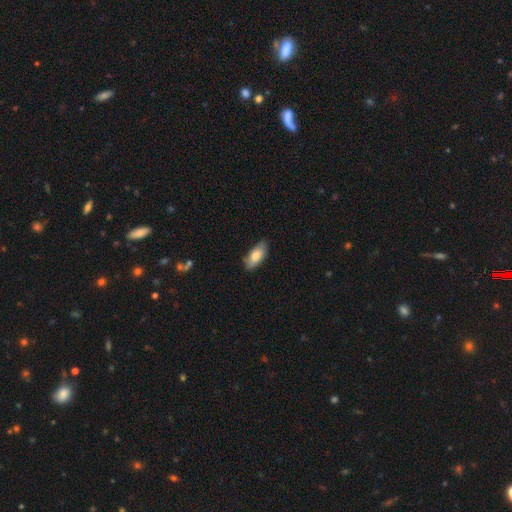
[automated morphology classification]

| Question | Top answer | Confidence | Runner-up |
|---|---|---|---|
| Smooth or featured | smooth | 80% | featured or disk (14%) |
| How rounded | in between | 84% | cigar-shaped (14%) |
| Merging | none | 81% | minor disturbance (15%) |